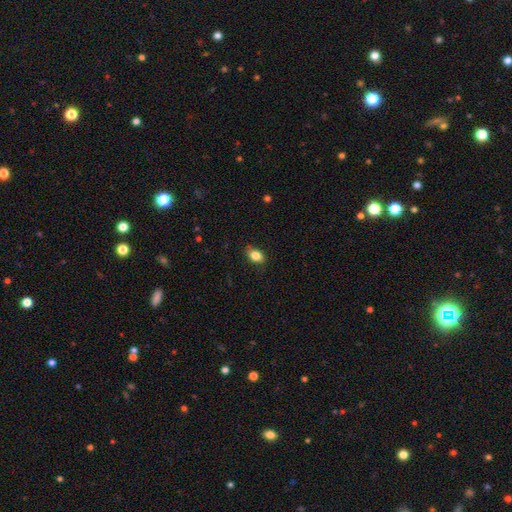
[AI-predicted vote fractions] smooth 84%, star or artifact 9%, featured or disk 7%. Down the decision tree: how rounded — in between (80%); merging — none (82%).